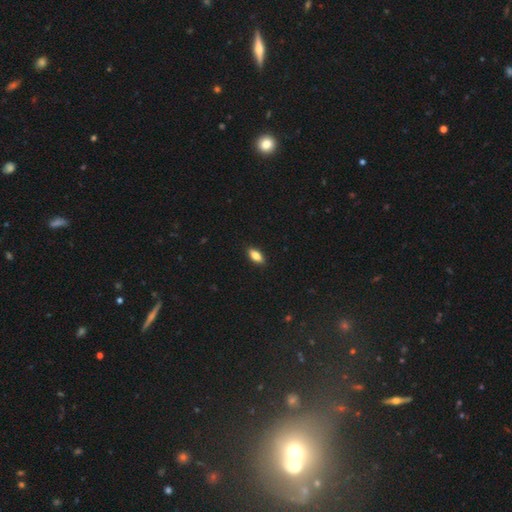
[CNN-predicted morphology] Smooth or featured: smooth — 80% (featured or disk — 13%)
How rounded: in between — 83% (cigar-shaped — 14%)
Merging: none — 89% (minor disturbance — 8%)